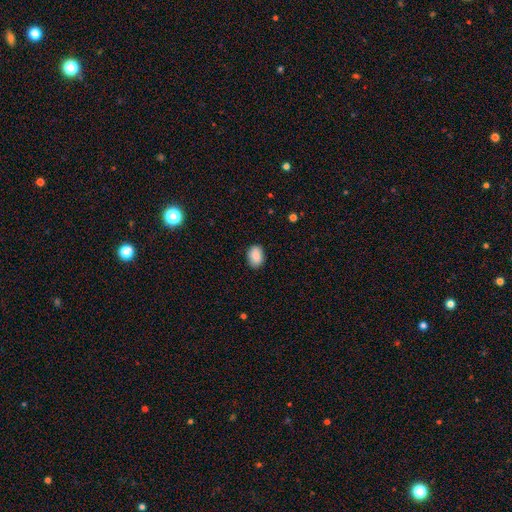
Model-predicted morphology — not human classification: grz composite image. It shows a smooth galaxy with no disk features (89%) that is in between round and cigar-shaped (81%). Merging: none (87%).